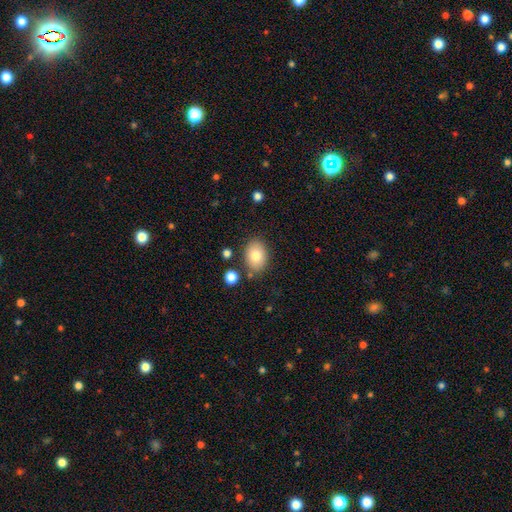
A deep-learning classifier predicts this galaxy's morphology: Smooth or featured? Predicted: smooth (p=0.80). How rounded? Predicted: in between (p=0.77). Merging? Predicted: none (p=0.81).